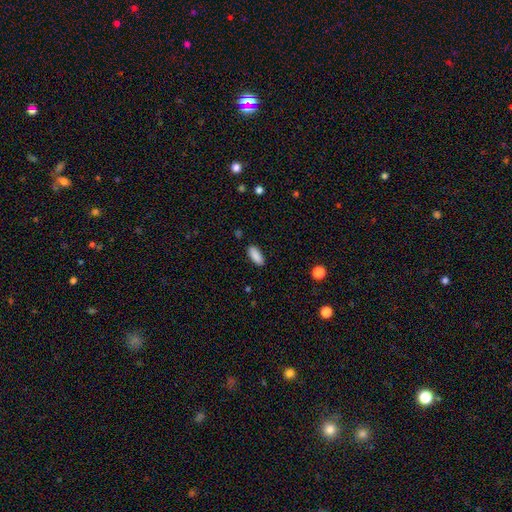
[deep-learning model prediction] smooth-or-featured: smooth: 89% | star or artifact: 7% | featured or disk: 4%
  how-rounded: in between: 79% | cigar-shaped: 19% | round: 2%
  merging: none: 87% | minor disturbance: 9% | major disturbance: 2% | merger: 1%